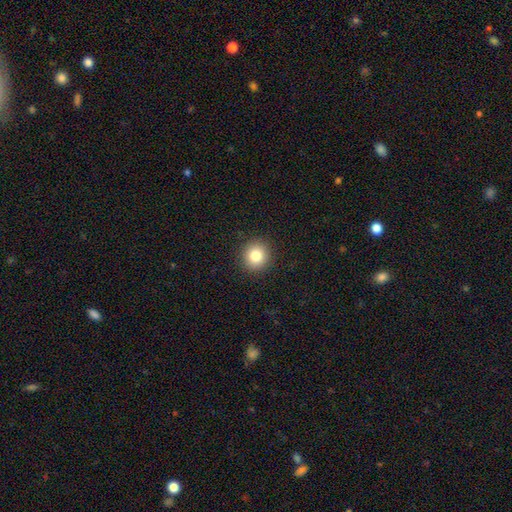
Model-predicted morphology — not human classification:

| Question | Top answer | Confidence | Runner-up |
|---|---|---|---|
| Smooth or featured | smooth | 82% | star or artifact (11%) |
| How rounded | round | 90% | in between (9%) |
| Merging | none | 92% | minor disturbance (5%) |